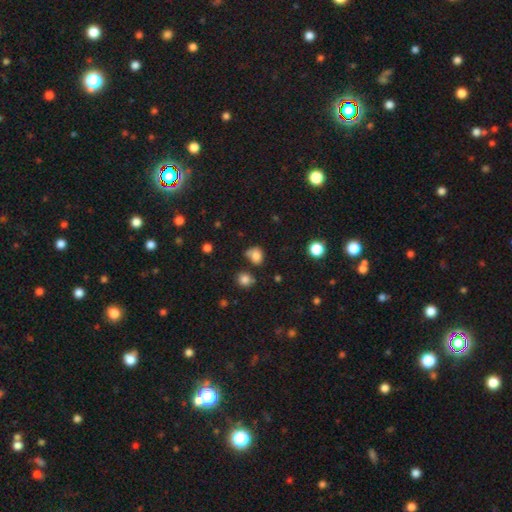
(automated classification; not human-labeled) Smooth or featured? Predicted: smooth (p=0.78). How rounded? Predicted: round (p=0.53). Merging? Predicted: none (p=0.50).